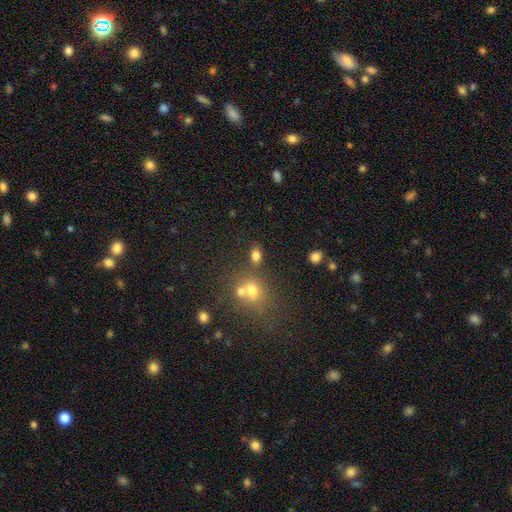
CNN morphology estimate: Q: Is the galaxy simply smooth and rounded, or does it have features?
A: smooth — 79%.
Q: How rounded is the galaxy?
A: in between — 75%.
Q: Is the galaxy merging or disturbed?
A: none — 69%.